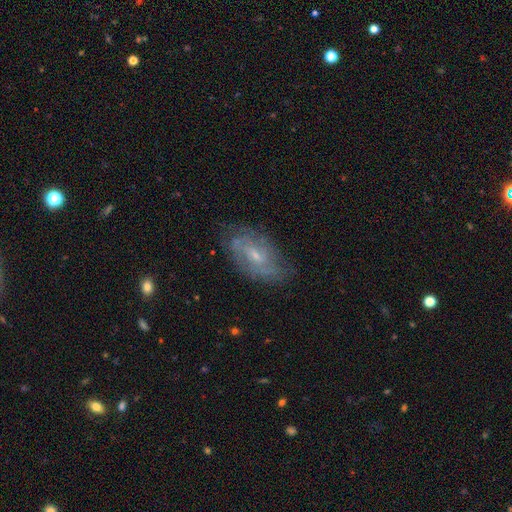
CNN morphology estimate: Smooth or featured? featured or disk (72%)
Edge-on disk? no (94%)
Bar? no (46%, tied with weak)
Spiral arms? yes (85%)
Spiral winding? tight (46%)
Spiral arm count? can't tell (40%)
Bulge size? small (63%)
Merging? none (70%)